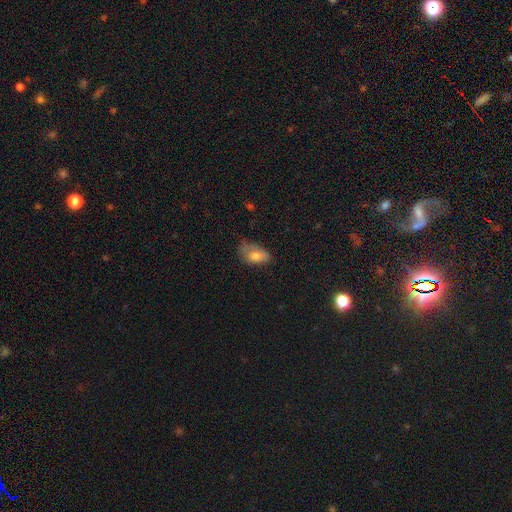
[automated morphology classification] A smooth galaxy with no disk features (72%) that is in between round and cigar-shaped (89%). Merging: minor disturbance (40%).